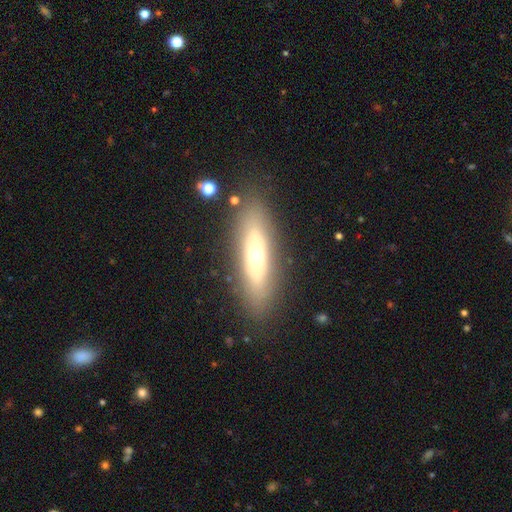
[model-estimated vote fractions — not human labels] Smooth or featured?
  - featured or disk: 52% *
  - smooth: 40%
  - star or artifact: 7%
Edge-on disk?
  - no: 58% *
  - yes: 42%
Merging?
  - none: 82% *
  - minor disturbance: 12%
  - major disturbance: 4%
  - merger: 2%